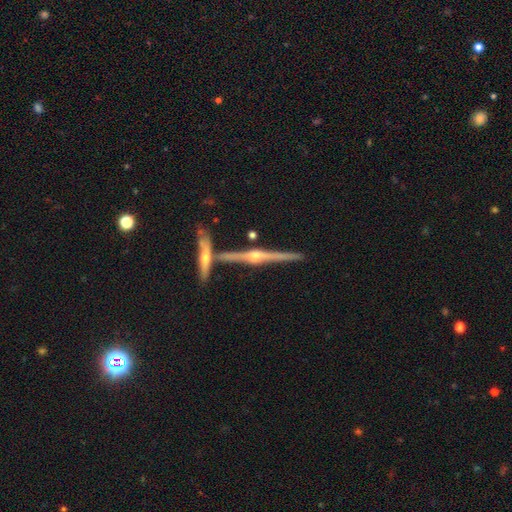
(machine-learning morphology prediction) Smooth or featured? Predicted: featured or disk (p=0.87). Edge-on disk? Predicted: yes (p=0.98). Edge-on bulge? Predicted: rounded (p=0.89). Merging? Predicted: none (p=0.78).